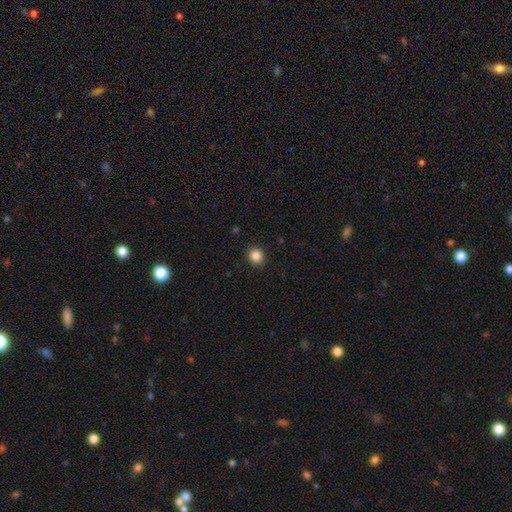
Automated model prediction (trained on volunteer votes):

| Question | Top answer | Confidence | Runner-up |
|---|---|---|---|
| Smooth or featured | smooth | 86% | star or artifact (11%) |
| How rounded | round | 85% | in between (14%) |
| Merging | none | 92% | minor disturbance (5%) |